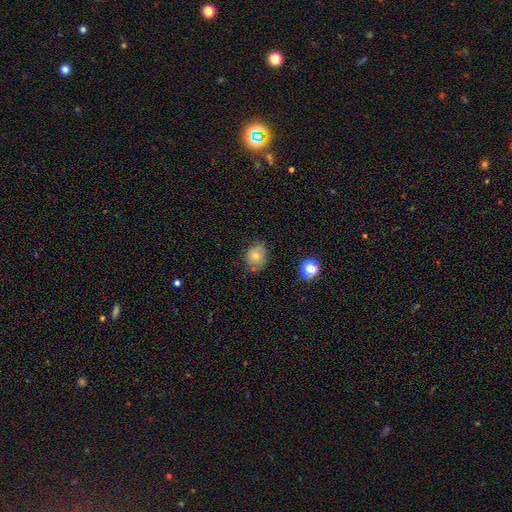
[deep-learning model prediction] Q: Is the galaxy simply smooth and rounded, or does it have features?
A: smooth — 69%.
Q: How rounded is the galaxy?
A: round — 70%.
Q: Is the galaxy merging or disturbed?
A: none — 71%.